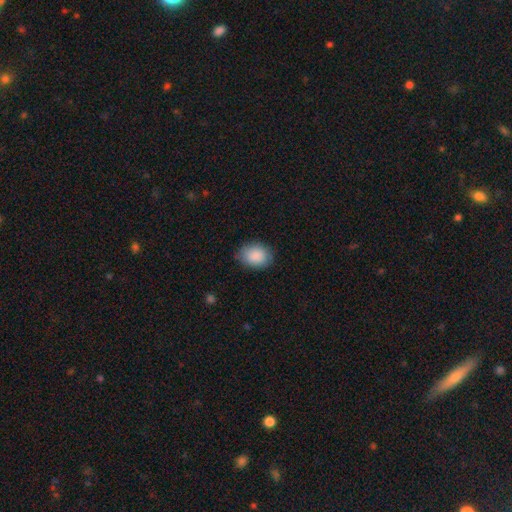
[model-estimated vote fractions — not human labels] Smooth or featured: smooth — 89% (star or artifact — 7%)
How rounded: in between — 64% (round — 35%)
Merging: none — 82% (minor disturbance — 14%)